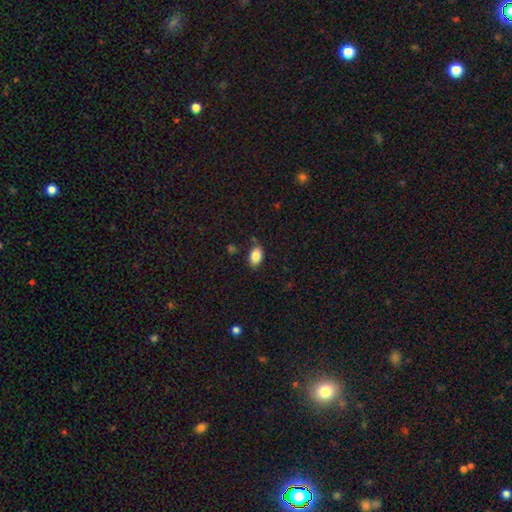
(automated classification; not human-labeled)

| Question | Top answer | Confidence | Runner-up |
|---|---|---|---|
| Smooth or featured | smooth | 86% | star or artifact (8%) |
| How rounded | in between | 88% | round (10%) |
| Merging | none | 83% | minor disturbance (12%) |